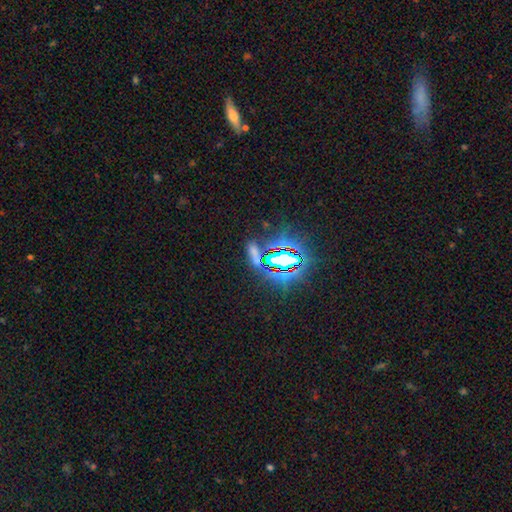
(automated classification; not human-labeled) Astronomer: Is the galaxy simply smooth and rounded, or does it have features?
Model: star or artifact — 56% (runner-up: smooth, 34%).